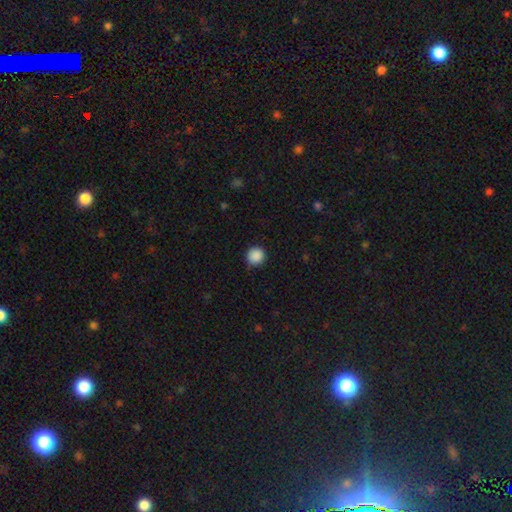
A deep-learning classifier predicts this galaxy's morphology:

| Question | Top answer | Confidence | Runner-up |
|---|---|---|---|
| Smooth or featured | smooth | 89% | star or artifact (9%) |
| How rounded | round | 93% | in between (6%) |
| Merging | none | 89% | minor disturbance (8%) |